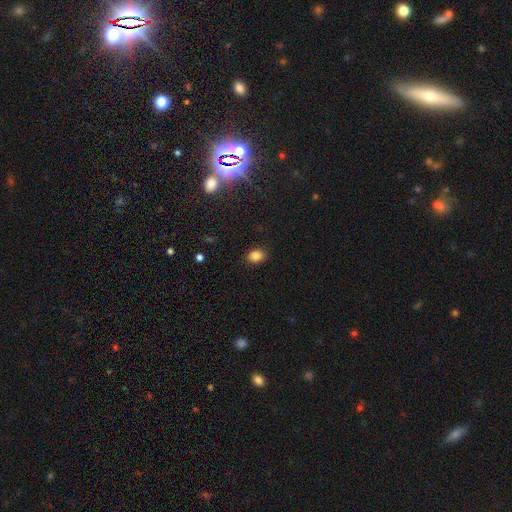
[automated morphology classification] Smooth or featured? Predicted: smooth (p=0.84). How rounded? Predicted: in between (p=0.66). Merging? Predicted: none (p=0.87).